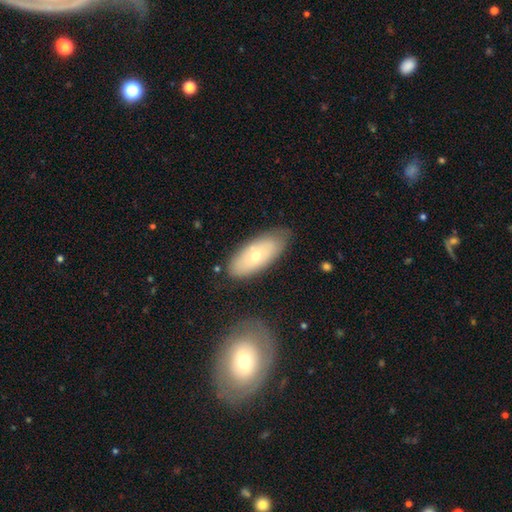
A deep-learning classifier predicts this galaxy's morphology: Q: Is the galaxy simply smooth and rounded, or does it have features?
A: smooth — 61%.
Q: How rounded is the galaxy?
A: in between — 84%.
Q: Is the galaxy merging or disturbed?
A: none — 77%.